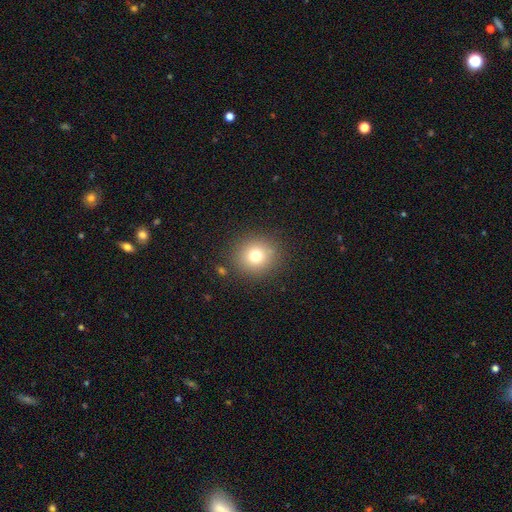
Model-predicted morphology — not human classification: This is likely a smooth galaxy (75%). How rounded: clearly round (90%). Merging: clearly none (87%).